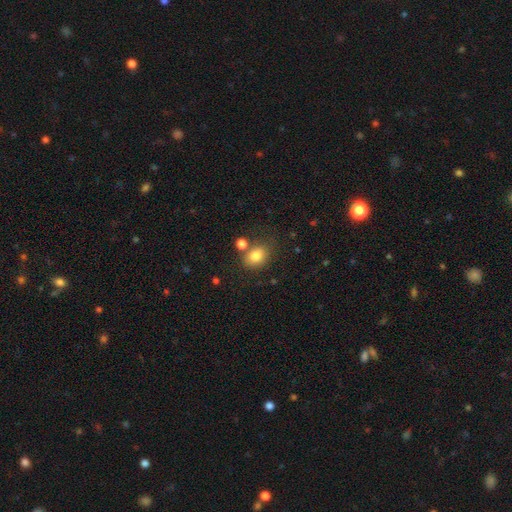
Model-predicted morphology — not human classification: Overall: smooth (80%). How rounded: in between (53%; round 46%). Merging: none (68%).